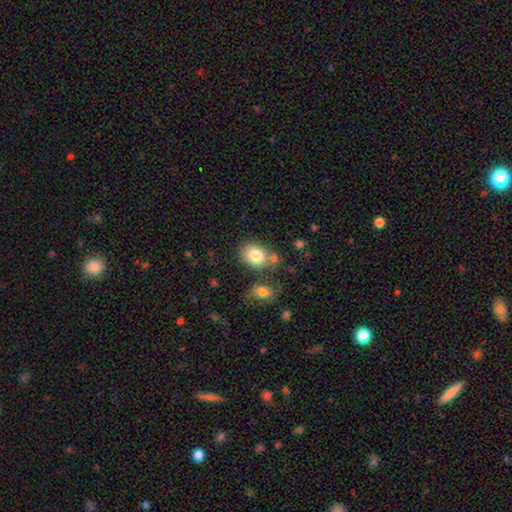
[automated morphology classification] type=smooth (81%); roundness=in between (67%); merging=none (61%).